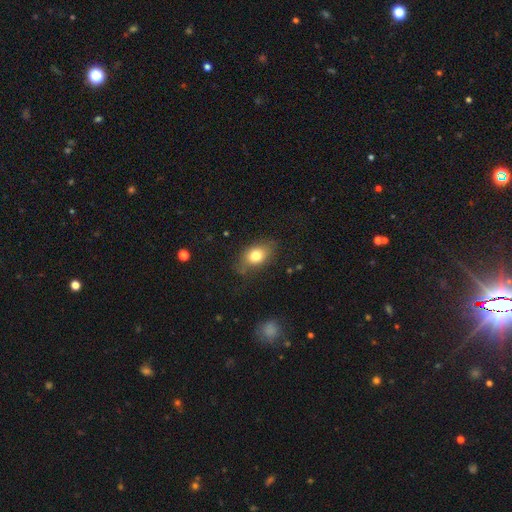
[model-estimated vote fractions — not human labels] This appears to be a smooth galaxy with no disk features (77%) that is in between round and cigar-shaped (77%). Merging: none (71%).